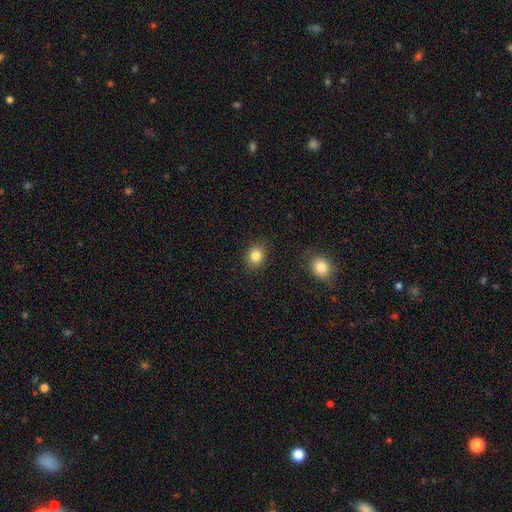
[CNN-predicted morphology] A smooth galaxy with no disk features (83%) that is round (62%).

Vote fractions:
- Smooth or featured? smooth: 83% / star or artifact: 11% / featured or disk: 6%
- How rounded? round: 62% / in between: 37% / cigar-shaped: 1%
- Merging? none: 87% / minor disturbance: 9% / major disturbance: 3% / merger: 2%